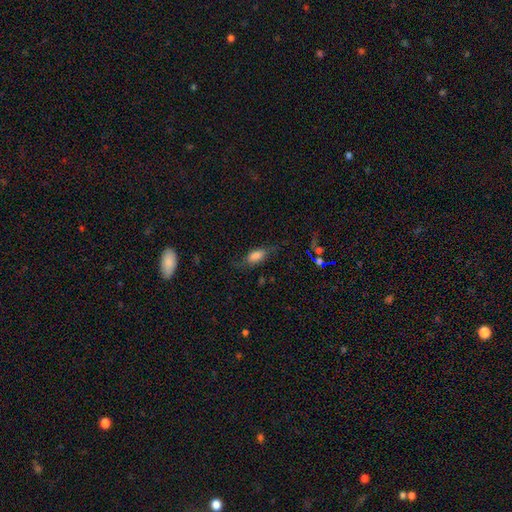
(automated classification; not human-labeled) A smooth galaxy with no disk features (72%) that is in between round and cigar-shaped (81%). Merging: none (61%).